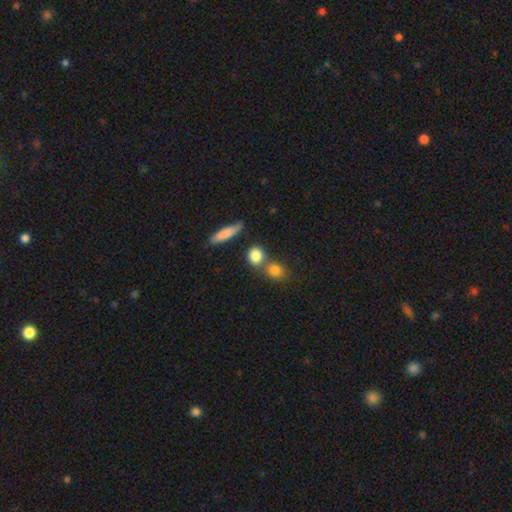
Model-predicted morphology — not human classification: This is clearly a smooth galaxy (81%). How rounded: likely round (67%). Merging: possibly none (55%).